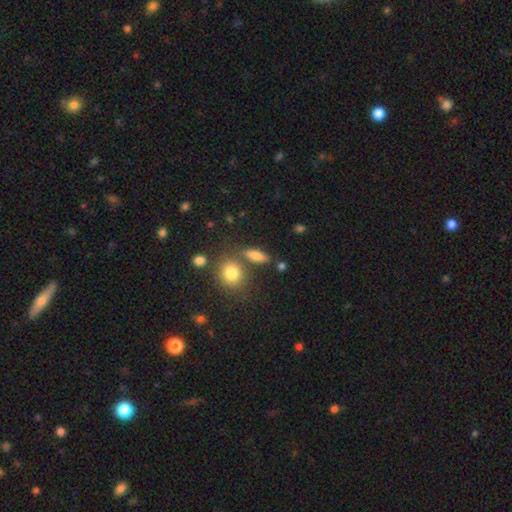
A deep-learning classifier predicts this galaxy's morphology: This appears to be a smooth galaxy with no disk features (77%) that is in between round and cigar-shaped (55%). Merging: none (70%).